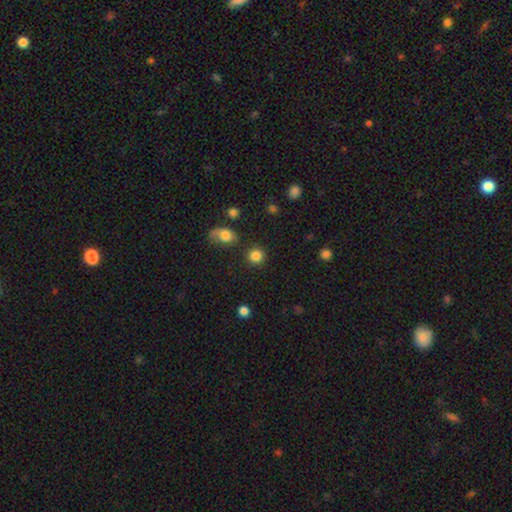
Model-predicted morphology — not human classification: Q: Smooth or featured?
A: smooth (84%); runner-up: star or artifact (11%)
Q: How rounded?
A: round (91%); runner-up: in between (8%)
Q: Merging?
A: none (85%); runner-up: minor disturbance (7%)